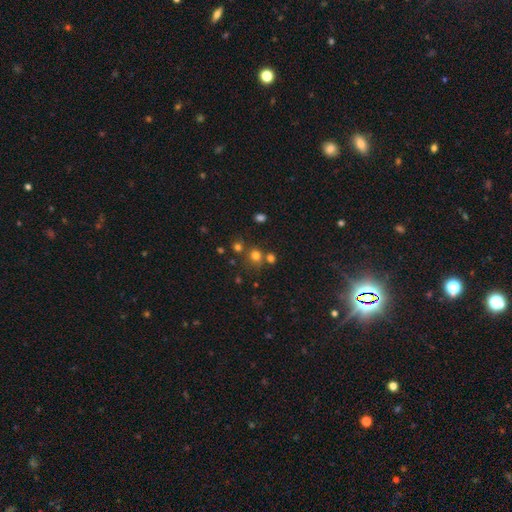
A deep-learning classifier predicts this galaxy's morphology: A smooth galaxy with no disk features (71%) that is round (84%). Merging: none (66%).